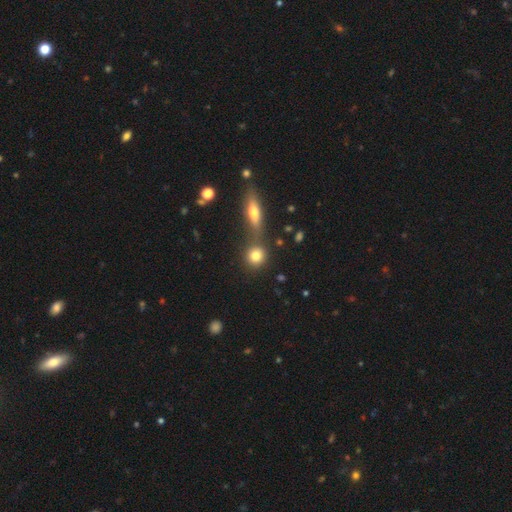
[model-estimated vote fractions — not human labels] Smooth or featured? smooth (79%)
How rounded? round (85%)
Merging? none (66%)